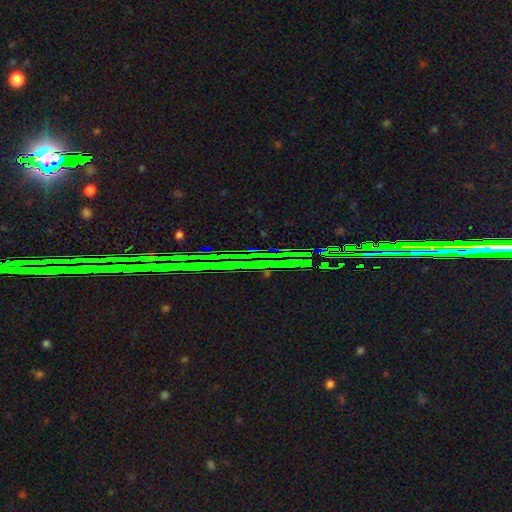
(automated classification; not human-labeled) Q: Smooth or featured?
A: star or artifact (85%); runner-up: featured or disk (8%)